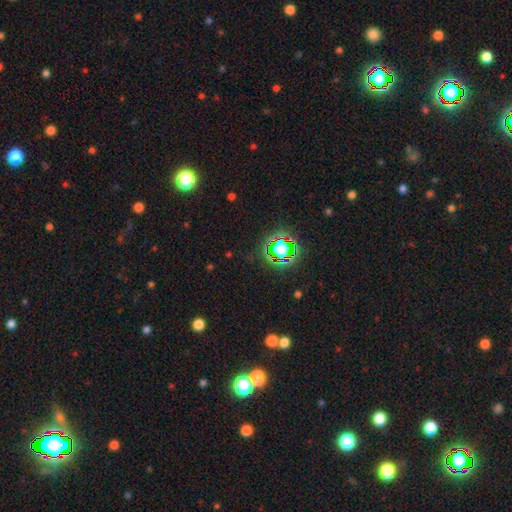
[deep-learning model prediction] This is likely a star or artifact rather than a galaxy (78%).